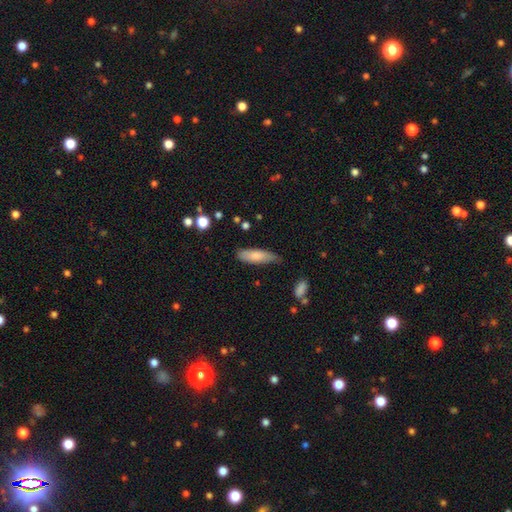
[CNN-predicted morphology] The model was most divided on "how rounded": in between: 53%, cigar-shaped: 46%, round: 2%. More confident: smooth or featured — smooth (78%); merging — none (58%).